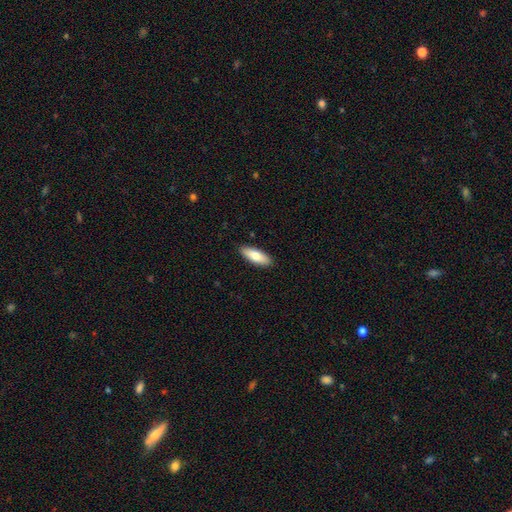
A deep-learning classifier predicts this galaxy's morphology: smooth 77%, featured or disk 17%, star or artifact 6%. Down the decision tree: how rounded — in between (65%); merging — none (90%).